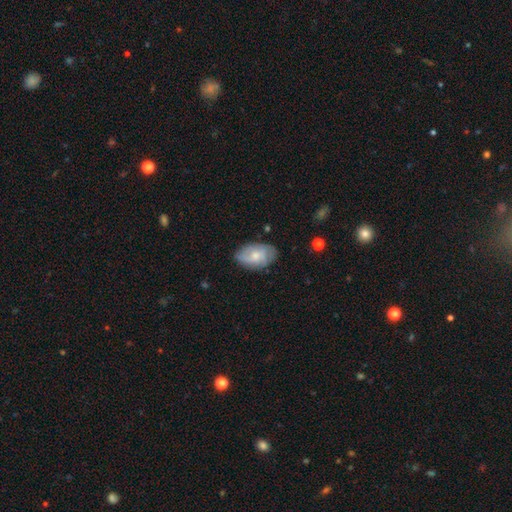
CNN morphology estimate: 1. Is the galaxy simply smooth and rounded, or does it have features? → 49% smooth, 45% featured or disk, 6% star or artifact.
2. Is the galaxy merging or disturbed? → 73% none, 21% minor disturbance, 5% major disturbance, 1% merger.